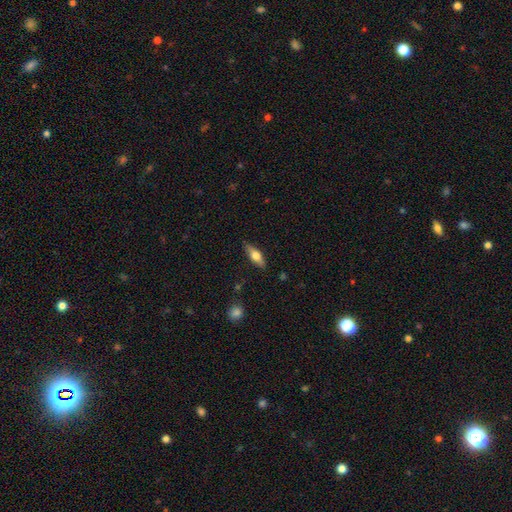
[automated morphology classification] A smooth galaxy with no disk features (57%) that is in between round and cigar-shaped (59%).

Vote fractions:
- Smooth or featured? smooth: 57% / featured or disk: 37% / star or artifact: 6%
- How rounded? in between: 59% / cigar-shaped: 38% / round: 3%
- Merging? none: 83% / minor disturbance: 13% / major disturbance: 3% / merger: 1%